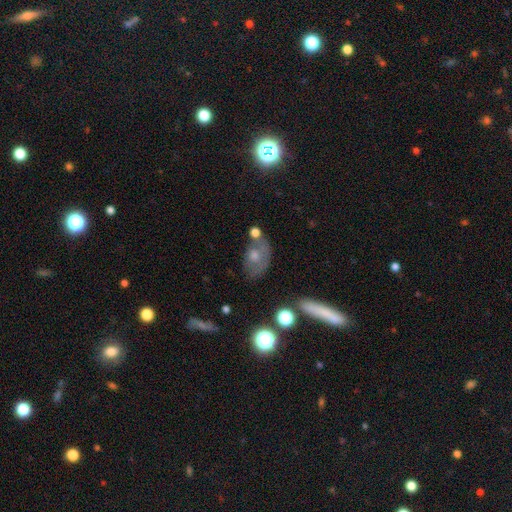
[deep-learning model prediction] This appears to be a smooth galaxy with no disk features (51%) that is in between round and cigar-shaped (80%). Merging: none (41%).